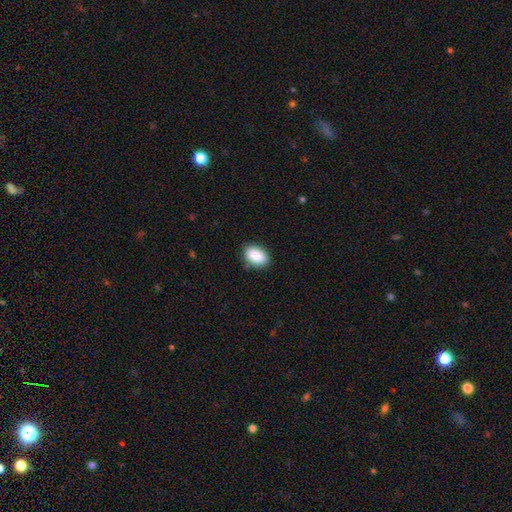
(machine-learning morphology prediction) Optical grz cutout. It shows a smooth galaxy with no disk features (89%) that is in between round and cigar-shaped (90%). Merging: none (85%).